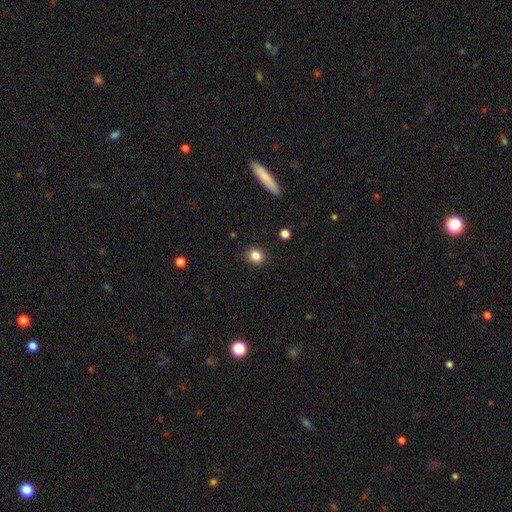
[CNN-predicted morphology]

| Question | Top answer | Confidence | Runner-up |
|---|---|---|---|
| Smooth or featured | smooth | 85% | star or artifact (10%) |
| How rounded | round | 80% | in between (19%) |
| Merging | none | 88% | minor disturbance (9%) |